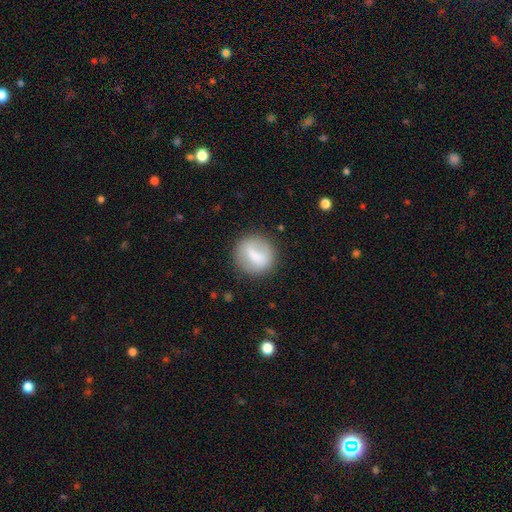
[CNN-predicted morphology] This is likely a smooth galaxy (66%). How rounded: clearly round (84%). Merging: likely none (74%).